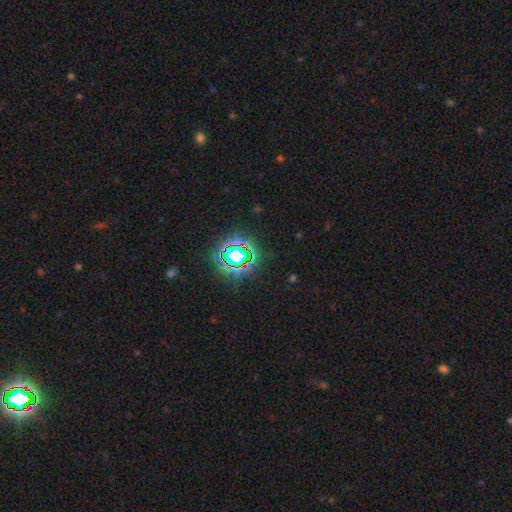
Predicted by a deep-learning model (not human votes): This appears to be a star or artifact, not a galaxy (77%).